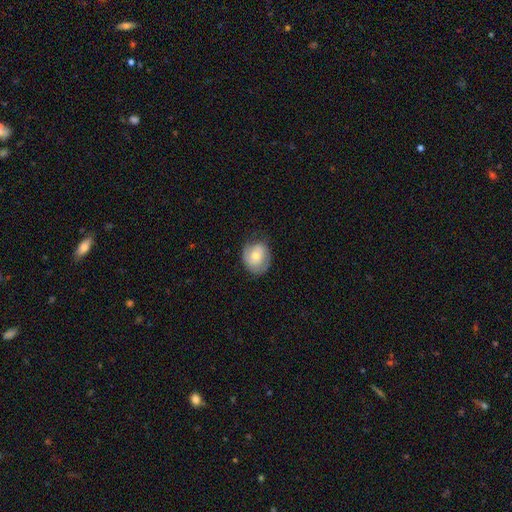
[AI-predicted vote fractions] Smooth or featured? smooth (55%)
How rounded? round (60%)
Merging? none (63%)